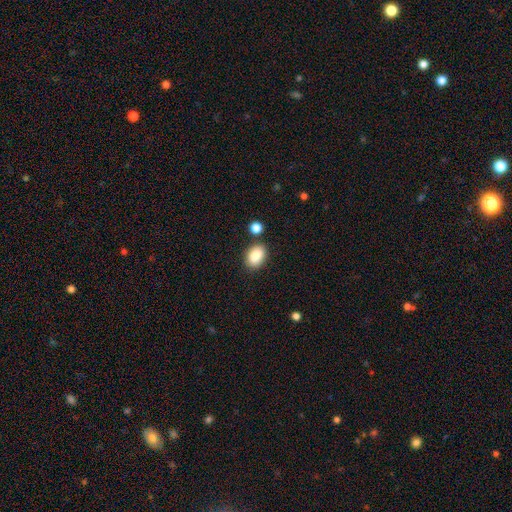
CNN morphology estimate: smooth 86%, star or artifact 8%, featured or disk 6%. Down the decision tree: how rounded — in between (81%); merging — none (79%).